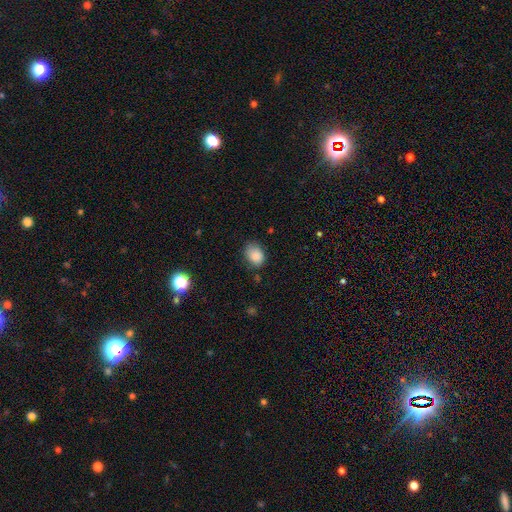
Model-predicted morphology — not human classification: Smooth or featured? Predicted: smooth (p=0.86). How rounded? Predicted: in between (p=0.66). Merging? Predicted: none (p=0.68).